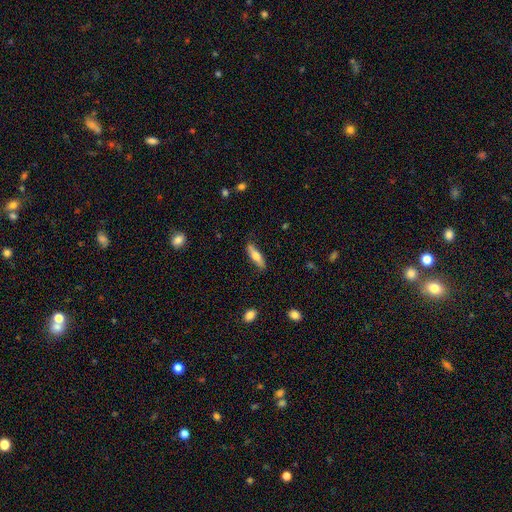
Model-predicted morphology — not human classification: Overall: smooth (64%; featured or disk 29%). How rounded: cigar-shaped (65%; in between 33%). Merging: none (80%).